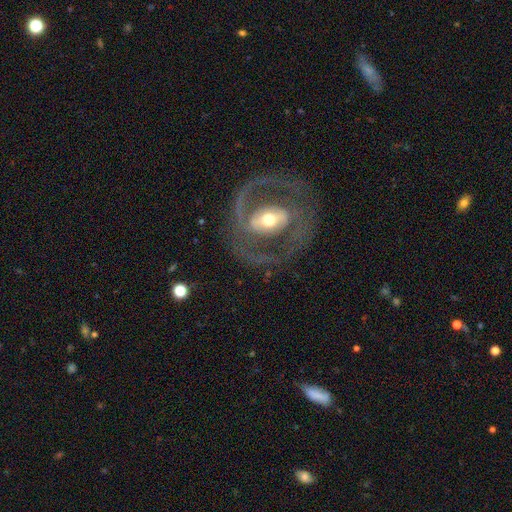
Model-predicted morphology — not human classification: type=featured or disk (82%); edge-on=no (94%); bar=strong (44%); spiral arms=yes (68%); winding=medium (44%); arm count=2 (80%); bulge=moderate (60%); merging=none (76%).